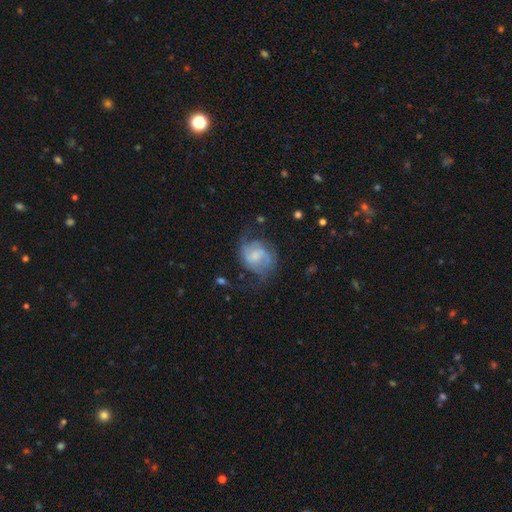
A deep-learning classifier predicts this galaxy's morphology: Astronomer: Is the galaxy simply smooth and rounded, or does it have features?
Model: featured or disk — 62%.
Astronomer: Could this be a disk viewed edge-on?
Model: no — 97%.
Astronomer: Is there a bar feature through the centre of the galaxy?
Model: no — 47% (runner-up: weak, 43%).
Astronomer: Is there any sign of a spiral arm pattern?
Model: yes — 82%.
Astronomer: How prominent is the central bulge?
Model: small — 40% (runner-up: moderate, 32%).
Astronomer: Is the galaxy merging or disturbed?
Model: none — 49% (runner-up: minor disturbance, 25%).